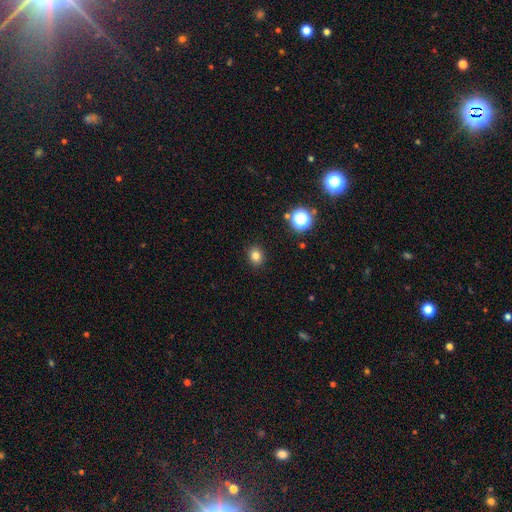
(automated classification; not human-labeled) Smooth or featured: smooth — 80% (star or artifact — 14%)
How rounded: round — 70% (in between — 29%)
Merging: none — 90% (minor disturbance — 7%)